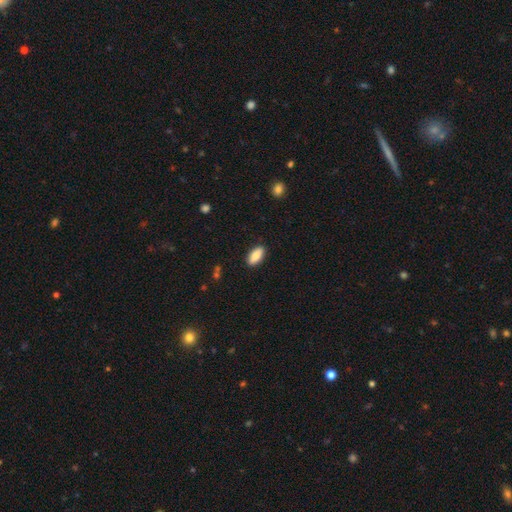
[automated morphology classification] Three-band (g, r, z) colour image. It shows a smooth galaxy with no disk features (84%) that is in between round and cigar-shaped (87%). Merging: none (89%).